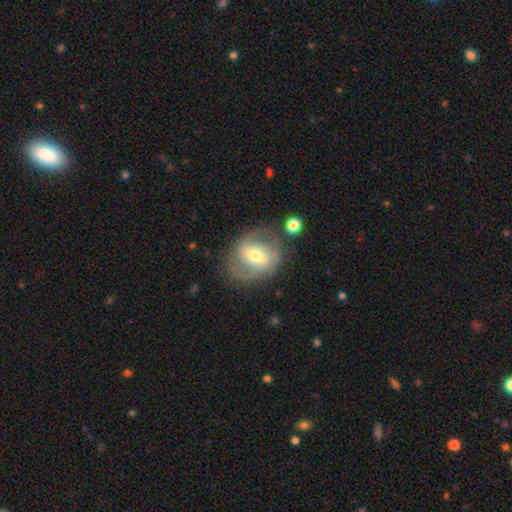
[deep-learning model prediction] smooth_or_featured: featured or disk (p=0.59) [alt: smooth p=0.34]
disk_edge_on: no (p=0.95) [alt: yes p=0.05]
bar: weak (p=0.43) [alt: no p=0.29]
has_spiral_arms: yes (p=0.61) [alt: no p=0.39]
bulge_size: moderate (p=0.69) [alt: small p=0.21]
merging: none (p=0.68) [alt: minor disturbance p=0.18]